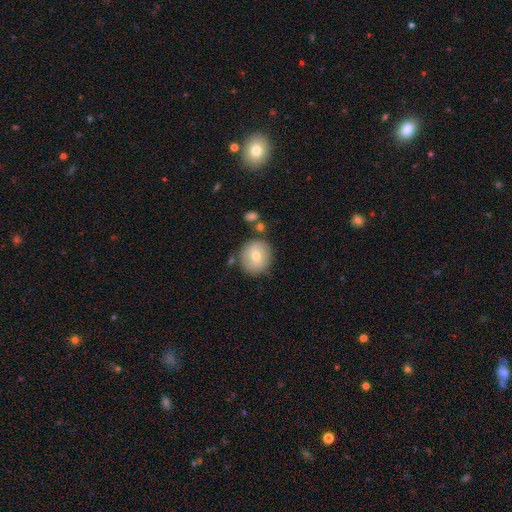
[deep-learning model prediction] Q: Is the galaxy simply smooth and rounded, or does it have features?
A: smooth — 70%.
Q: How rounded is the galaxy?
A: round — 88%.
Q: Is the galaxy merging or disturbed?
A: none — 78%.